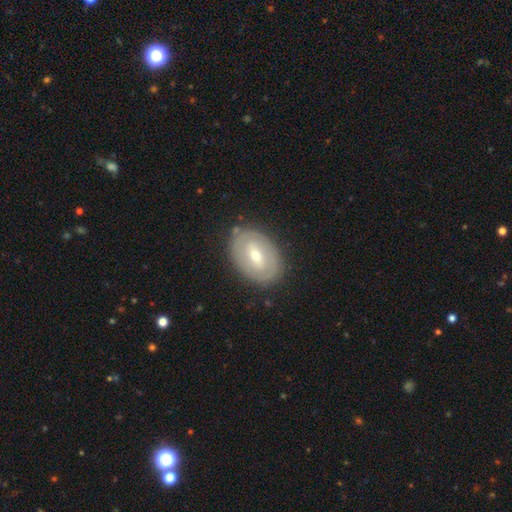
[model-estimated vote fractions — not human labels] A featured or disk galaxy (60%) with a weak bar (50%), no spiral arms (55%) and a moderate central bulge (53%). Merging: none (83%).